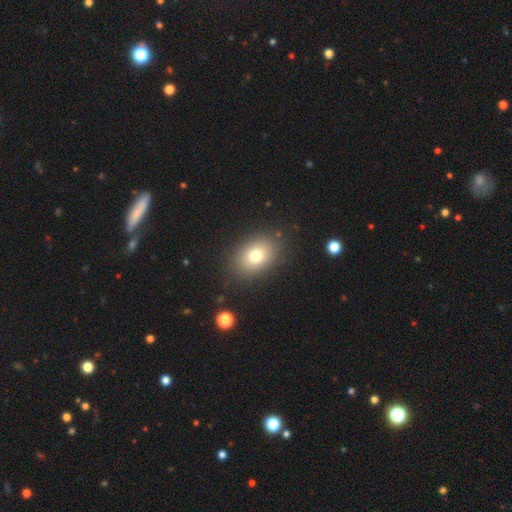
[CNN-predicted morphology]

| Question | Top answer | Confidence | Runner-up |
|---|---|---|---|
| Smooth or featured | smooth | 76% | featured or disk (12%) |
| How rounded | in between | 72% | round (27%) |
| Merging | none | 85% | minor disturbance (10%) |